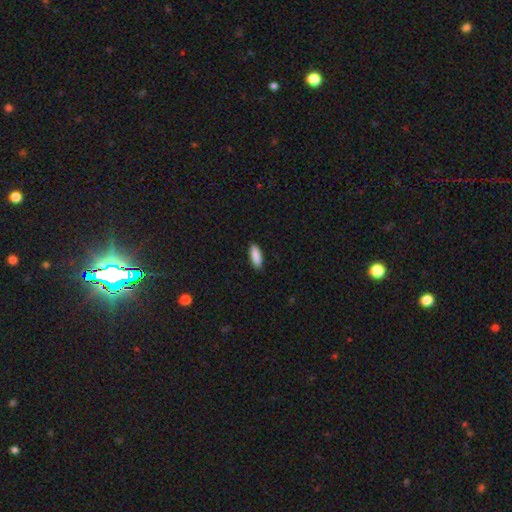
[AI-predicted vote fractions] Morphology: type=smooth (89%); roundness=in between (58%); merging=none (89%).